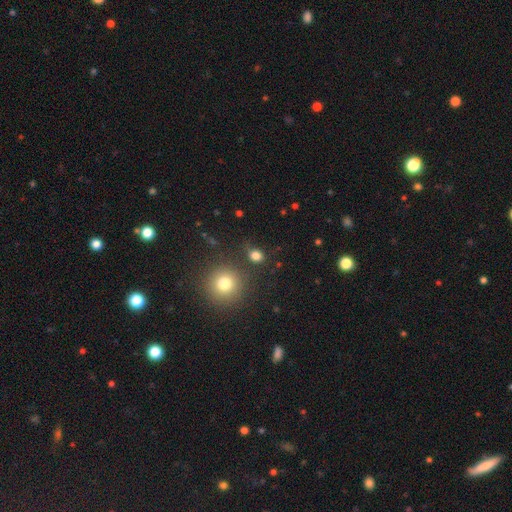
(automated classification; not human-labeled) smooth 78%, star or artifact 17%, featured or disk 5%. Down the decision tree: how rounded — round (64%); merging — none (77%).